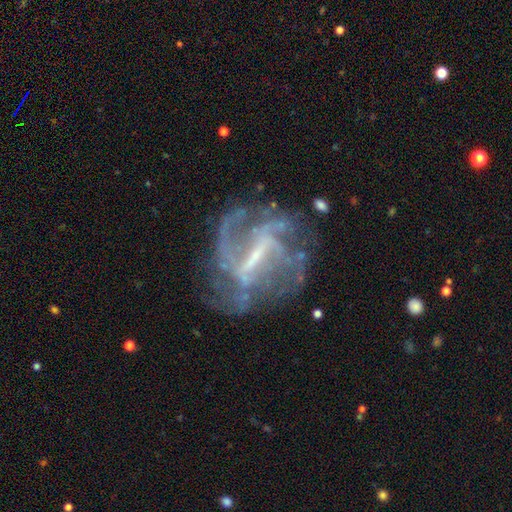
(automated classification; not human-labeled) Morphology: type=featured or disk (86%); edge-on=no (96%); bar=strong (57%); spiral arms=yes (87%); winding=medium (42%); arm count=can't tell (33%); bulge=small (48%); merging=none (58%).